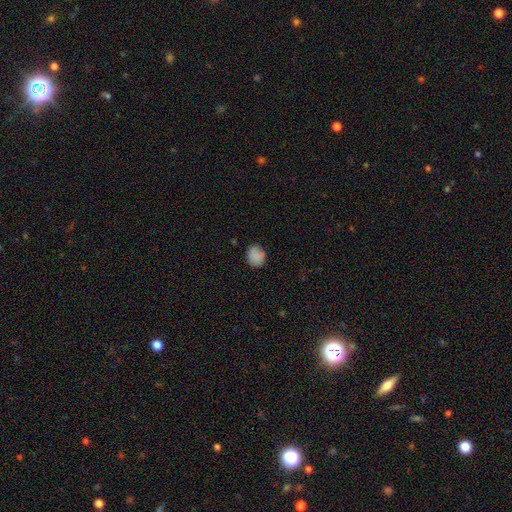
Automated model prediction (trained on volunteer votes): Smooth or featured? Predicted: smooth (p=0.86). How rounded? Predicted: round (p=0.68). Merging? Predicted: none (p=0.80).